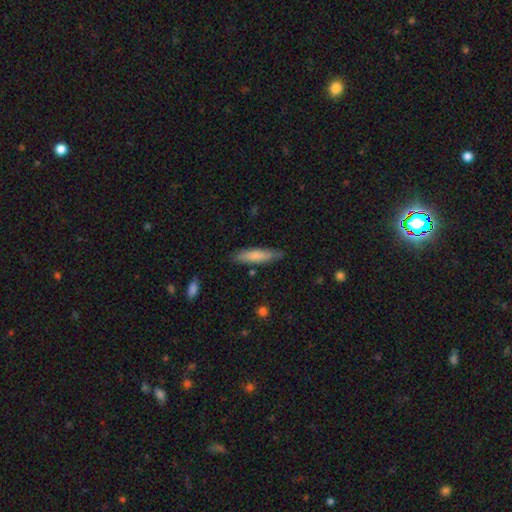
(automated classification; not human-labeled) Smooth or featured?
  - smooth: 79% *
  - featured or disk: 16%
  - star or artifact: 6%
How rounded?
  - cigar-shaped: 74% *
  - in between: 25%
  - round: 1%
Merging?
  - none: 76% *
  - minor disturbance: 18%
  - major disturbance: 3%
  - merger: 2%